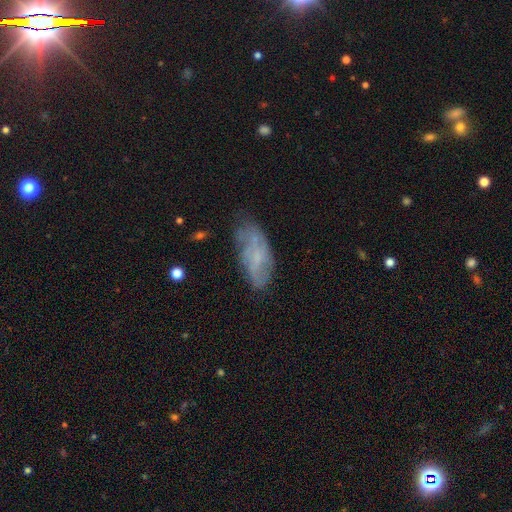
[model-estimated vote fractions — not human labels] Q: Smooth or featured?
A: featured or disk (49%); runner-up: smooth (42%)
Q: Merging?
A: none (60%); runner-up: minor disturbance (27%)